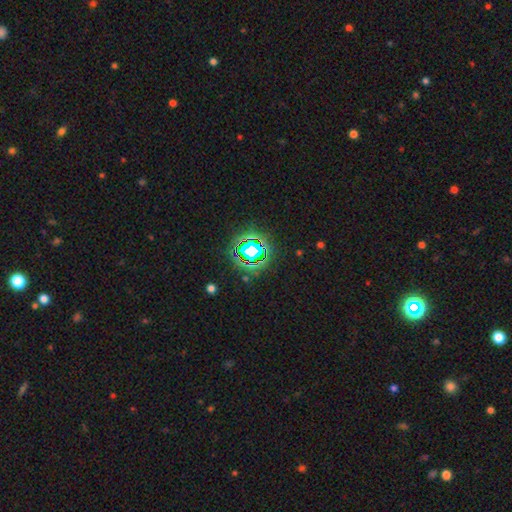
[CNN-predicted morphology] A star or artifact, not a galaxy (75%).